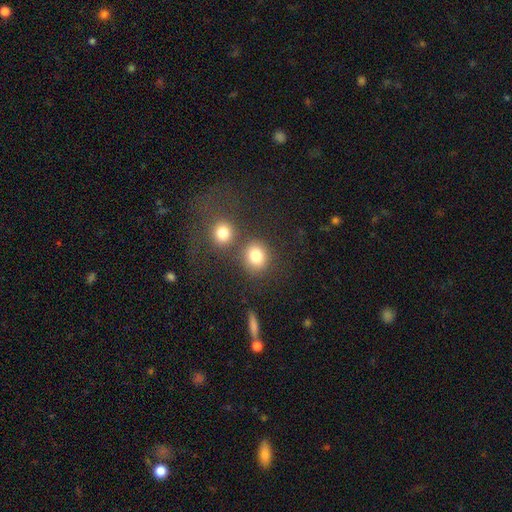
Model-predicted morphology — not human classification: Smooth or featured?
  - smooth: 82% *
  - star or artifact: 11%
  - featured or disk: 7%
How rounded?
  - round: 69% *
  - in between: 30%
  - cigar-shaped: 1%
Merging?
  - none: 61% *
  - merger: 24%
  - minor disturbance: 10%
  - major disturbance: 5%